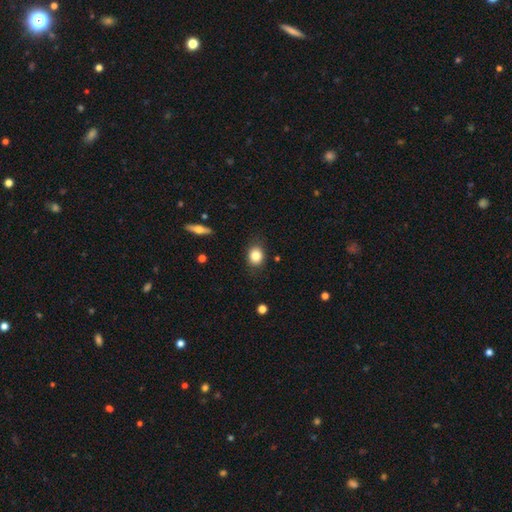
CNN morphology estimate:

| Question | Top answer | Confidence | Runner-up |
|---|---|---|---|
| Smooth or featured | smooth | 83% | star or artifact (9%) |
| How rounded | round | 56% | in between (43%) |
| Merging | none | 83% | minor disturbance (13%) |